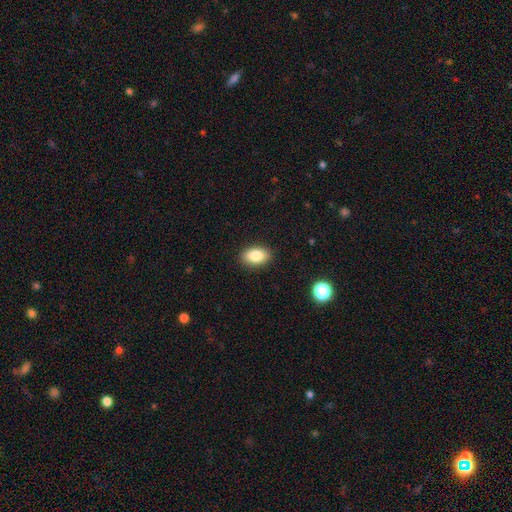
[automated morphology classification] A smooth galaxy with no disk features (84%) that is in between round and cigar-shaped (89%). Merging: none (89%).